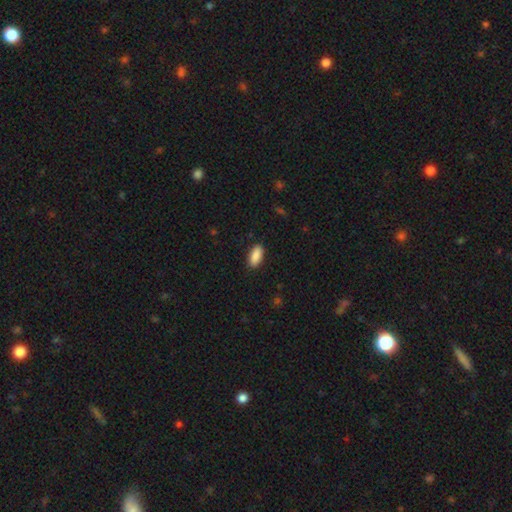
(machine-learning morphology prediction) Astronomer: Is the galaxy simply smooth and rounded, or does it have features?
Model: smooth — 90%.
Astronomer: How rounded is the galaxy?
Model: in between — 88%.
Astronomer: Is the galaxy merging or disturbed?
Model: none — 89%.